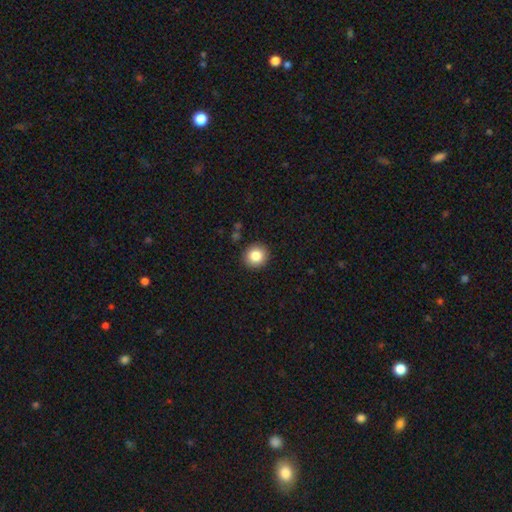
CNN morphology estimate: The model was most divided on "smooth or featured": smooth: 84%, star or artifact: 9%, featured or disk: 7%. More confident: merging — none (91%); how rounded — round (88%).